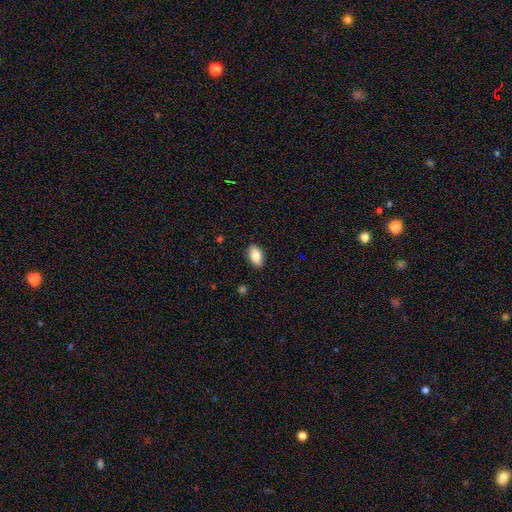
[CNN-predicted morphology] smooth_or_featured: smooth (p=0.82) [alt: featured or disk p=0.11]
how_rounded: in between (p=0.91) [alt: round p=0.06]
merging: none (p=0.89) [alt: minor disturbance p=0.08]